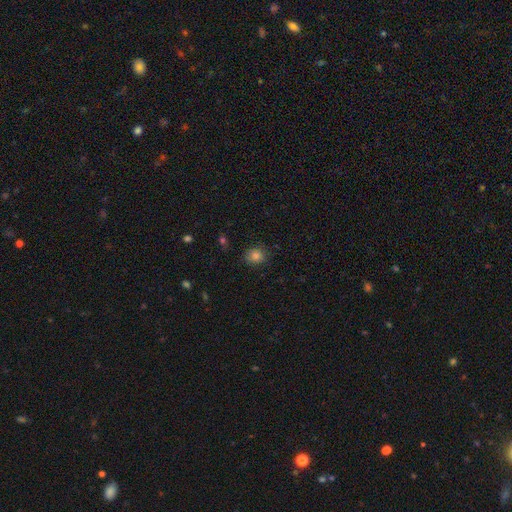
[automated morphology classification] This appears to be a smooth galaxy with no disk features (82%) that is round (66%). Merging: none (80%).